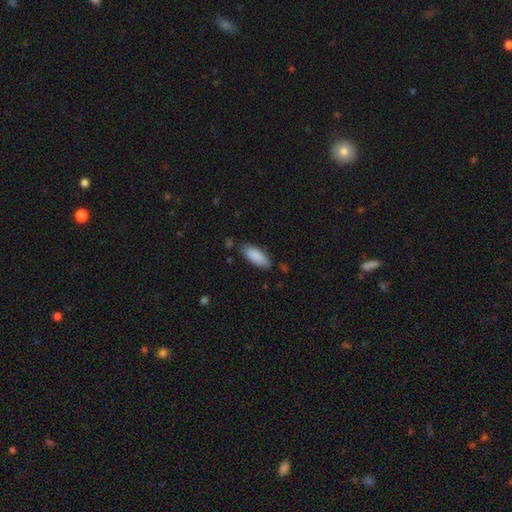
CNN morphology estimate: Smooth or featured?
  - smooth: 89% *
  - star or artifact: 6%
  - featured or disk: 6%
How rounded?
  - in between: 76% *
  - cigar-shaped: 23%
  - round: 1%
Merging?
  - none: 80% *
  - minor disturbance: 15%
  - major disturbance: 3%
  - merger: 2%